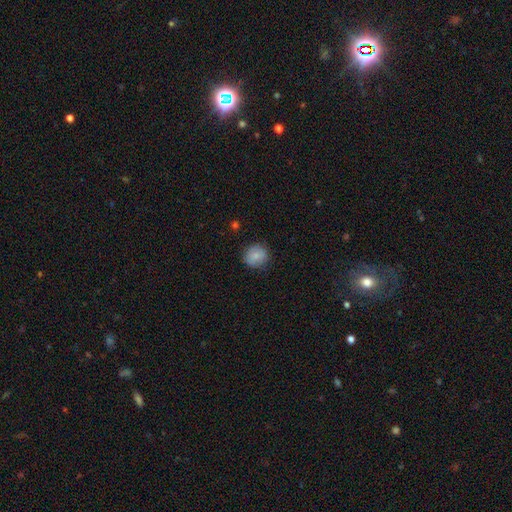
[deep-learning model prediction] A smooth galaxy with no disk features (82%) that is round (82%).

Vote fractions:
- Smooth or featured? smooth: 82% / featured or disk: 10% / star or artifact: 8%
- How rounded? round: 82% / in between: 18% / cigar-shaped: 1%
- Merging? none: 82% / minor disturbance: 14% / major disturbance: 3% / merger: 1%